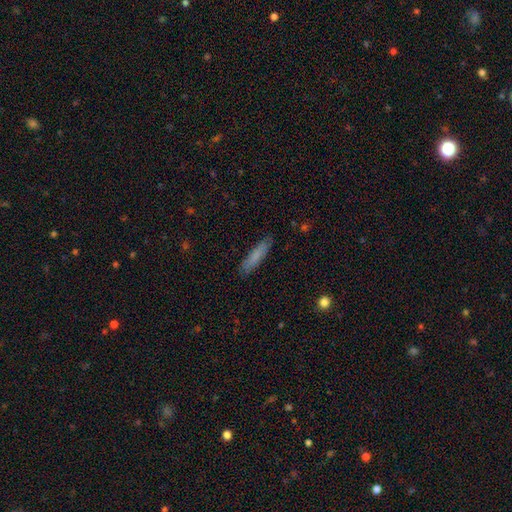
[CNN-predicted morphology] Q: Smooth or featured?
A: smooth (77%); runner-up: featured or disk (17%)
Q: How rounded?
A: cigar-shaped (85%); runner-up: in between (14%)
Q: Merging?
A: none (86%); runner-up: minor disturbance (11%)